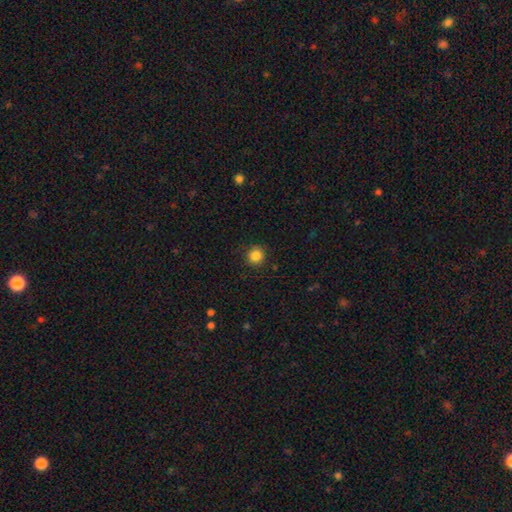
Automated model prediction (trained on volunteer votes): Q: Smooth or featured?
A: smooth (84%); runner-up: star or artifact (11%)
Q: How rounded?
A: round (91%); runner-up: in between (8%)
Q: Merging?
A: none (88%); runner-up: minor disturbance (9%)